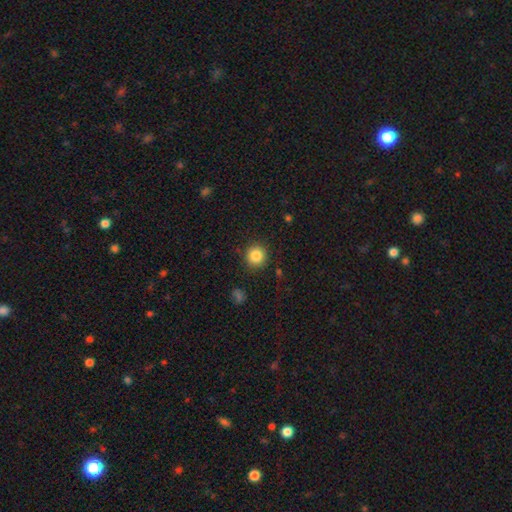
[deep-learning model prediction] Q: Smooth or featured?
A: smooth (85%); runner-up: star or artifact (10%)
Q: How rounded?
A: round (93%); runner-up: in between (6%)
Q: Merging?
A: none (89%); runner-up: minor disturbance (7%)